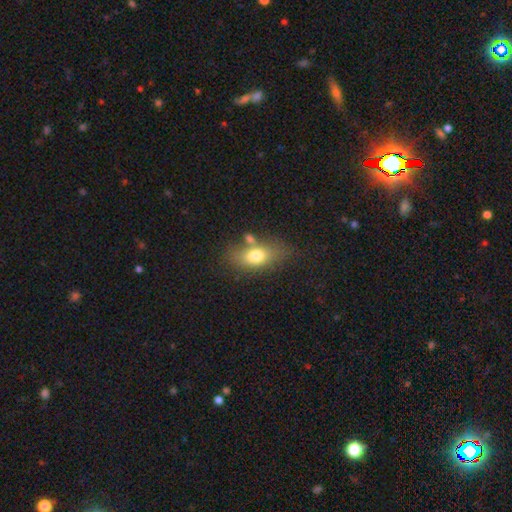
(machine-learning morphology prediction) Overall: smooth (73%). How rounded: in between (80%). Merging: none (57%; minor disturbance 18%).